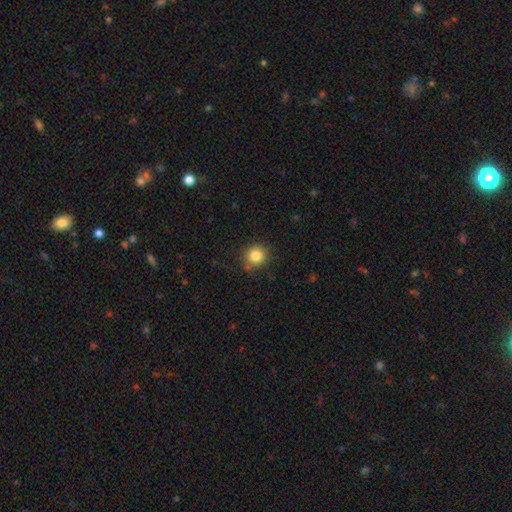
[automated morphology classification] A smooth galaxy with no disk features (84%) that is round (92%).

Vote fractions:
- Smooth or featured? smooth: 84% / star or artifact: 11% / featured or disk: 5%
- How rounded? round: 92% / in between: 8% / cigar-shaped: 1%
- Merging? none: 85% / minor disturbance: 10% / major disturbance: 3% / merger: 3%